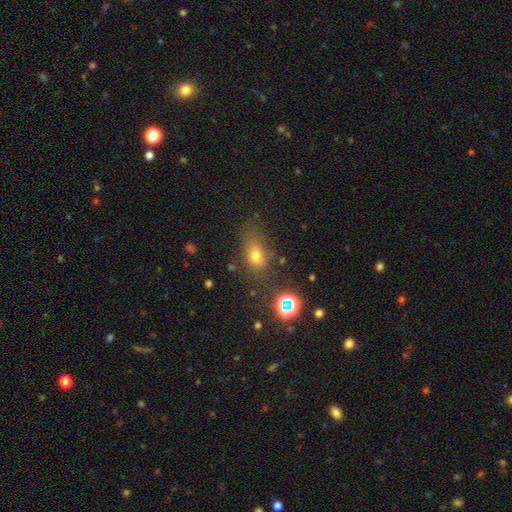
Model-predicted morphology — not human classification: This is likely a smooth galaxy (66%). How rounded: likely in between (69%). Merging: likely none (64%).